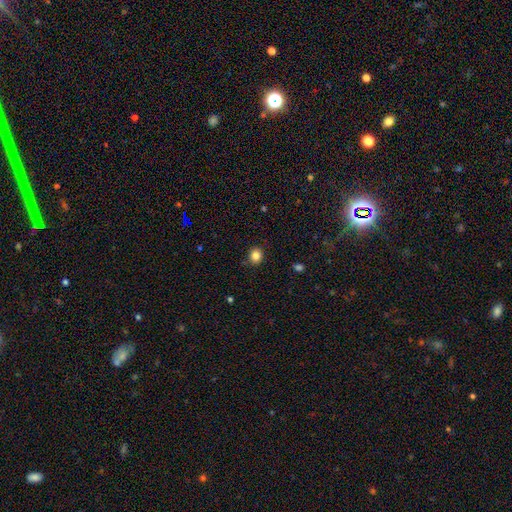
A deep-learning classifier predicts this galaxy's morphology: Overall: smooth (84%). How rounded: round (74%). Merging: none (87%).